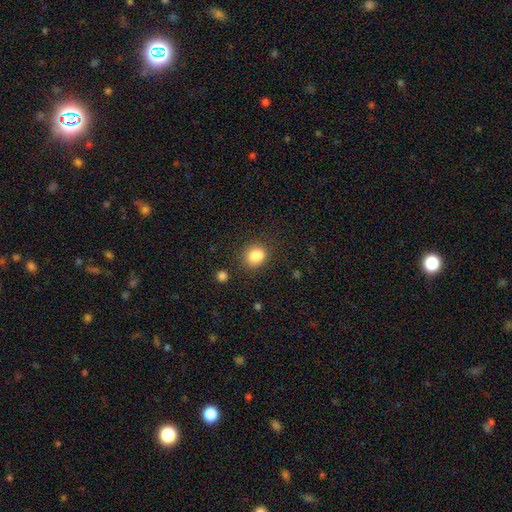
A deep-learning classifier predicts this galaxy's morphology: Overall: smooth (85%). How rounded: round (68%; in between 31%). Merging: none (78%).